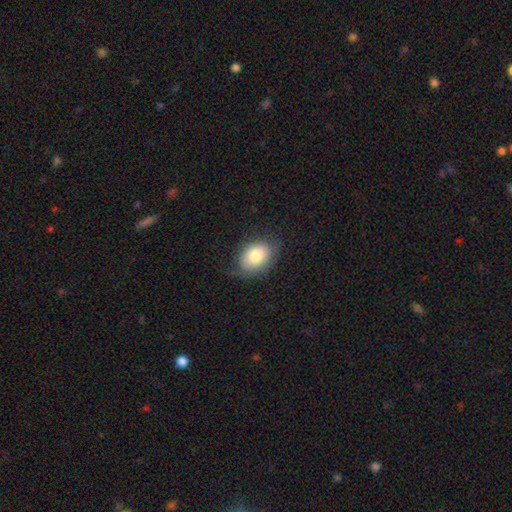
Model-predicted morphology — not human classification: Smooth or featured? smooth (77%)
How rounded? in between (79%)
Merging? none (69%)